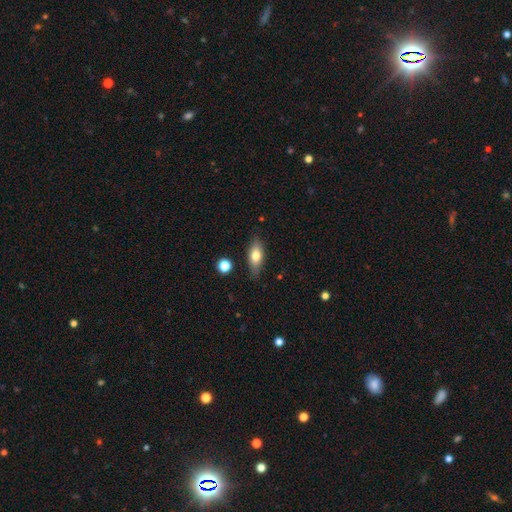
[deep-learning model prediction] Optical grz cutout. It shows a smooth galaxy with no disk features (72%) that is in between round and cigar-shaped (77%). Merging: none (81%).